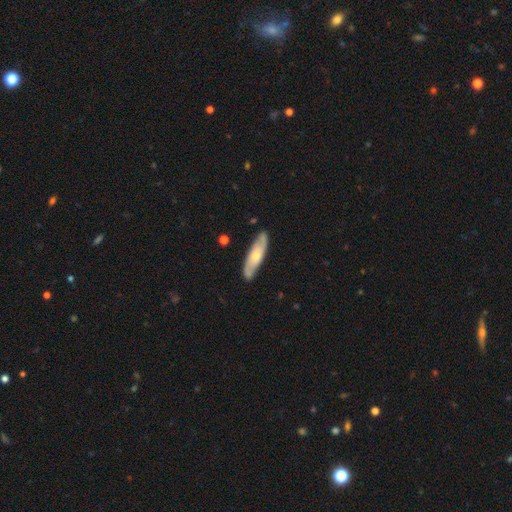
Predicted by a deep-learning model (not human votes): This is possibly a featured or disk galaxy (49%). Merging: clearly none (84%).